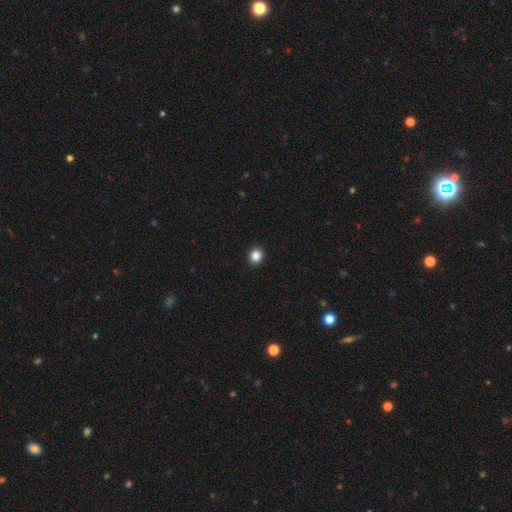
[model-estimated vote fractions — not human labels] smooth-or-featured: smooth: 86% | star or artifact: 11% | featured or disk: 4%
  how-rounded: round: 71% | in between: 28% | cigar-shaped: 1%
  merging: none: 92% | minor disturbance: 5% | major disturbance: 1% | merger: 1%